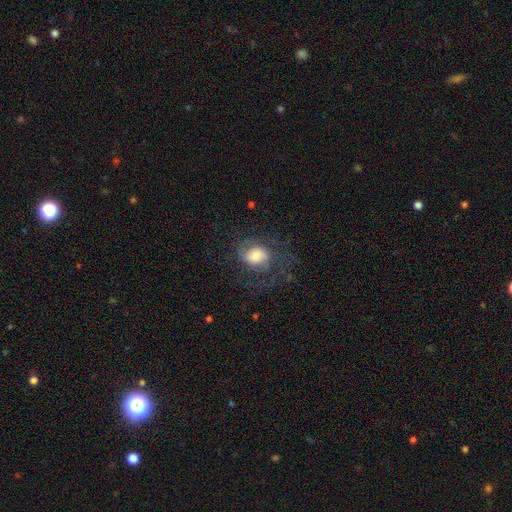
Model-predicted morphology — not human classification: Smooth or featured: featured or disk — 62% (smooth — 29%)
Edge-on disk: no — 97% (yes — 3%)
Bar: no — 50% (weak — 40%)
Spiral arms: yes — 86% (no — 14%)
Spiral winding: medium — 45% (tight — 30%)
Spiral arm count: 2 — 56% (can't tell — 20%)
Bulge size: moderate — 42% (large — 33%)
Merging: none — 55% (major disturbance — 26%)